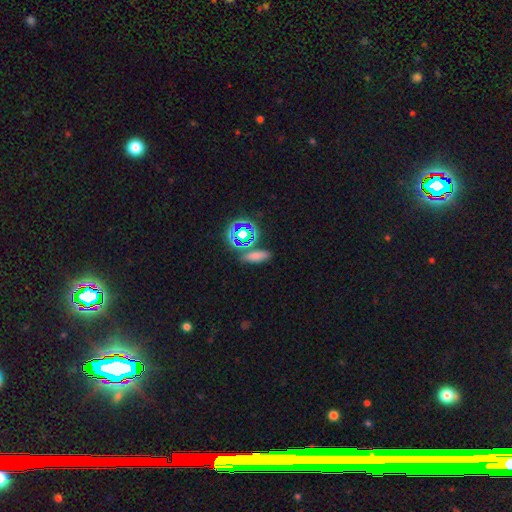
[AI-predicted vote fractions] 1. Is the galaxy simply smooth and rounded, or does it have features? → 62% smooth, 27% star or artifact, 10% featured or disk.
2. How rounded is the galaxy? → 55% in between, 30% cigar-shaped, 15% round.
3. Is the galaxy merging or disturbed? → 74% none, 11% merger, 11% minor disturbance, 4% major disturbance.